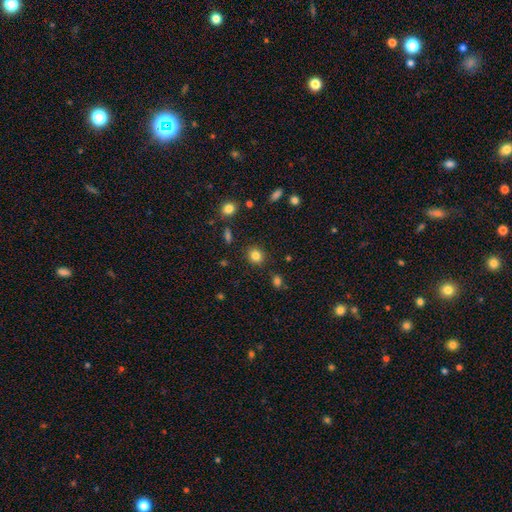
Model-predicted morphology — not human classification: Q: Smooth or featured?
A: smooth (83%); runner-up: star or artifact (11%)
Q: How rounded?
A: round (78%); runner-up: in between (21%)
Q: Merging?
A: none (88%); runner-up: minor disturbance (8%)